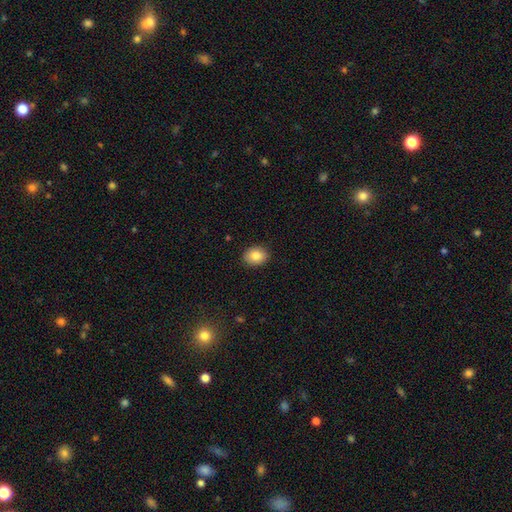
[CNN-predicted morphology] The model was most divided on "how rounded": in between: 59%, round: 40%, cigar-shaped: 1%. More confident: merging — none (89%); smooth or featured — smooth (84%).